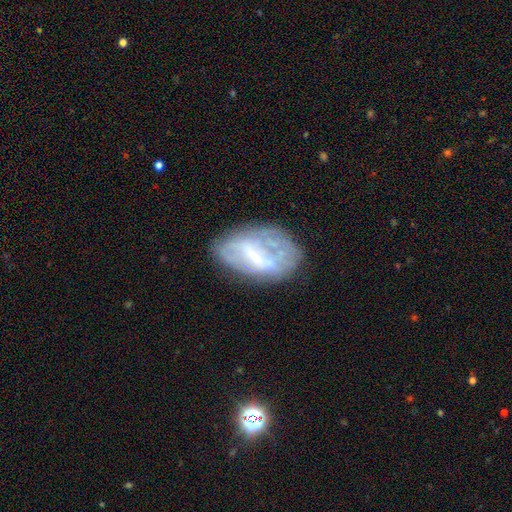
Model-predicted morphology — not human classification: Overall: featured or disk (62%; smooth 29%). Edge-on disk: no (95%). Bar: weak (40%; strong 34%). Spiral arms: no (64%; yes 36%). Bulge size: small (41%; none 30%). Merging: none (57%; minor disturbance 23%).